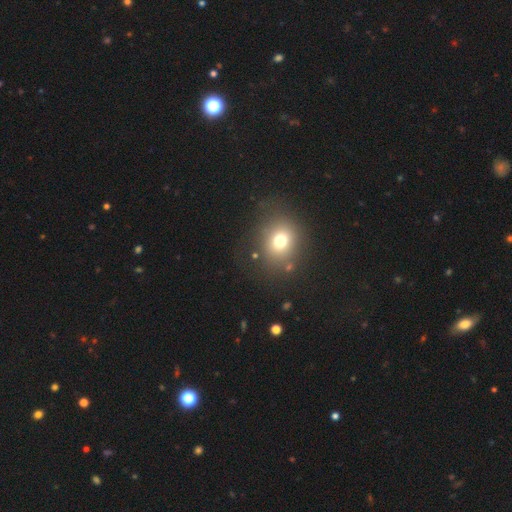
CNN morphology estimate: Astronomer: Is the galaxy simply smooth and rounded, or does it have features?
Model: smooth — 69%.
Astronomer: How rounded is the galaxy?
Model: round — 70%.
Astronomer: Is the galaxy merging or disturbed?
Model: none — 77%.